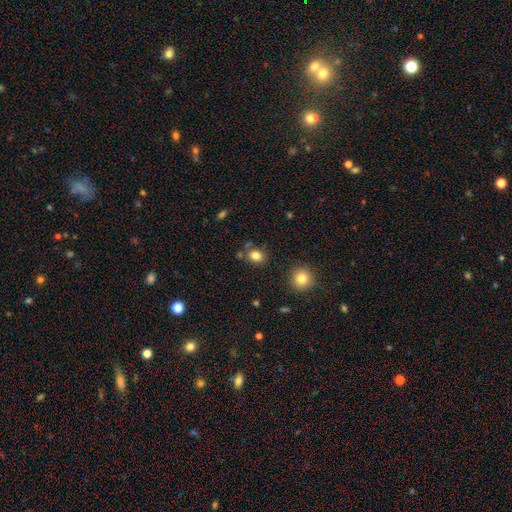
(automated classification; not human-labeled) This appears to be a smooth galaxy with no disk features (81%) that is round (61%). Merging: none (76%).